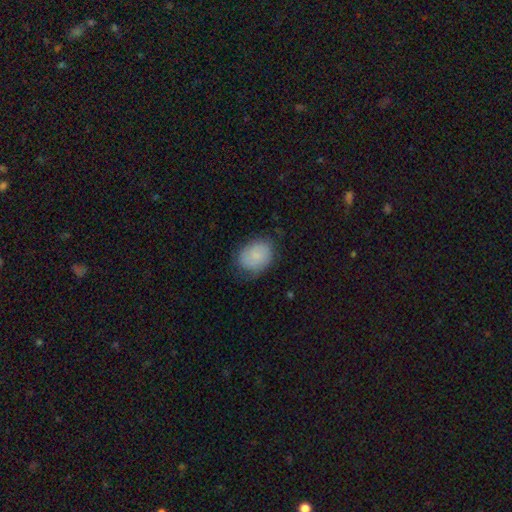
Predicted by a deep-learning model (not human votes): This is likely a smooth galaxy (77%). How rounded: likely in between (63%). Merging: likely none (66%).